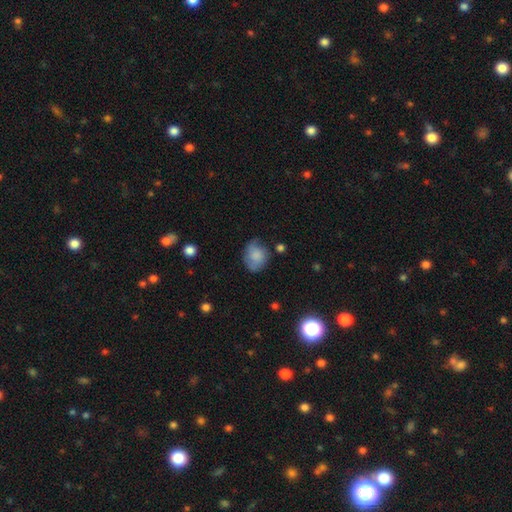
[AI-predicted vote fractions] smooth 71%, featured or disk 21%, star or artifact 8%. Down the decision tree: how rounded — in between (50%); merging — none (53%).